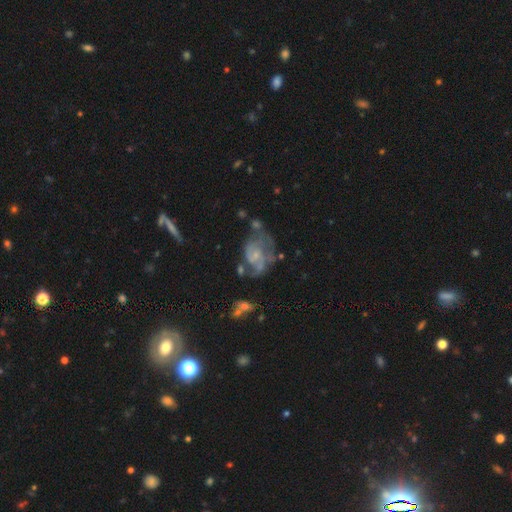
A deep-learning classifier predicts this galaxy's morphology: The model was most divided on "spiral winding": medium: 43%, tight: 37%, loose: 21%. Remaining: edge-on disk — no (98%); spiral arms — yes (81%); smooth or featured — featured or disk (76%); bulge size — small (68%); bar — no (66%); spiral arm count — 2 (39%); merging — none (38%).